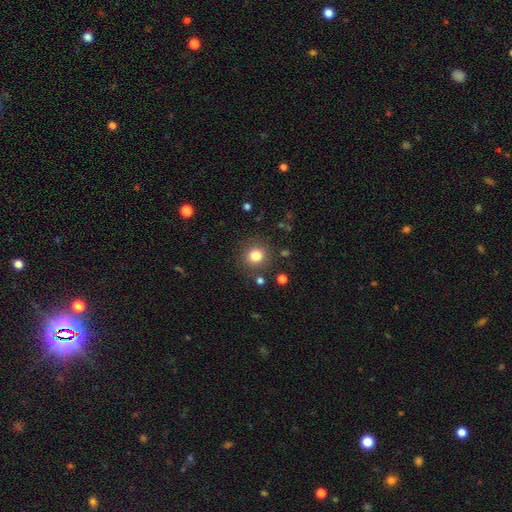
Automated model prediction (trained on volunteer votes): smooth 81%, star or artifact 12%, featured or disk 6%. Down the decision tree: how rounded — round (90%); merging — none (86%).